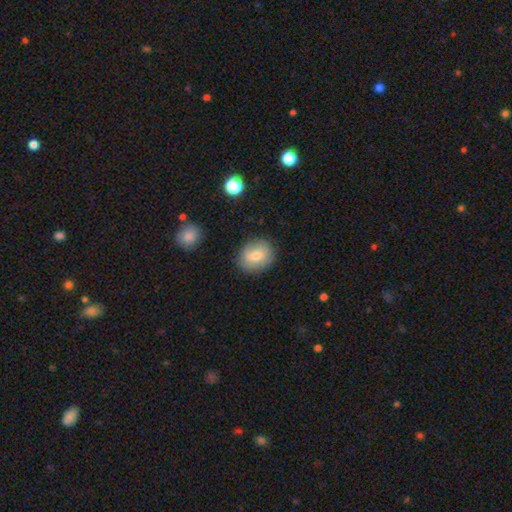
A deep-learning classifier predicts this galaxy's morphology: Smooth or featured: smooth — 70% (featured or disk — 21%)
How rounded: round — 61% (in between — 38%)
Merging: none — 84% (minor disturbance — 11%)